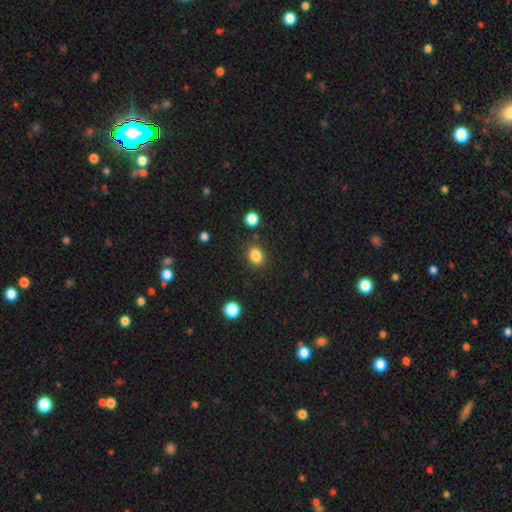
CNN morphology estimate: This is clearly a smooth galaxy (85%). How rounded: possibly in between (53%). Merging: clearly none (83%).